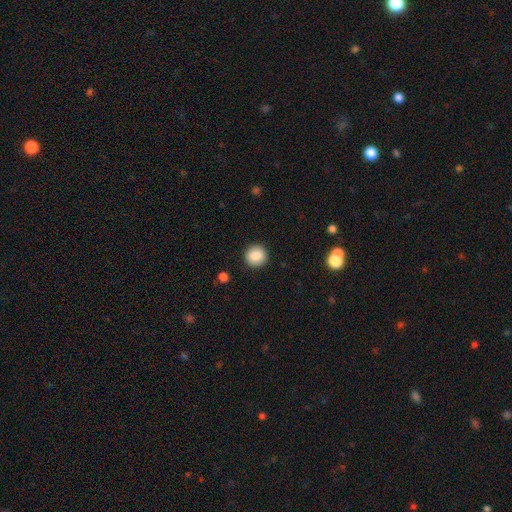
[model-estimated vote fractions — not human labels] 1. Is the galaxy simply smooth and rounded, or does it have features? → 87% smooth, 9% star or artifact, 4% featured or disk.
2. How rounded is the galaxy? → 92% round, 7% in between, 1% cigar-shaped.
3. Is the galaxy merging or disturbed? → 90% none, 6% minor disturbance, 2% major disturbance, 1% merger.